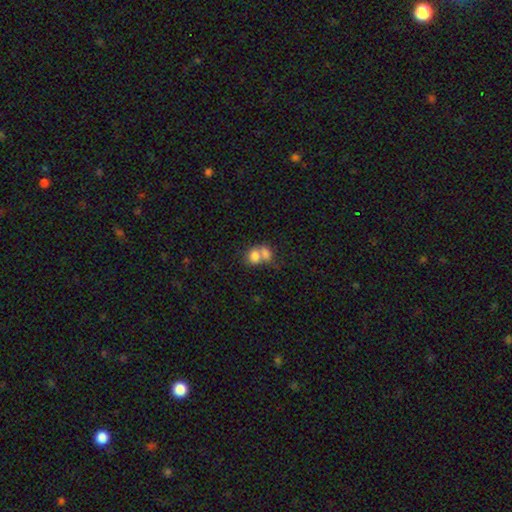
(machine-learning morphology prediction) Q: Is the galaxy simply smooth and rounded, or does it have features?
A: smooth — 76%.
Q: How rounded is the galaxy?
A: in between — 57%.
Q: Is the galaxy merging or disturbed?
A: merger — 67%.